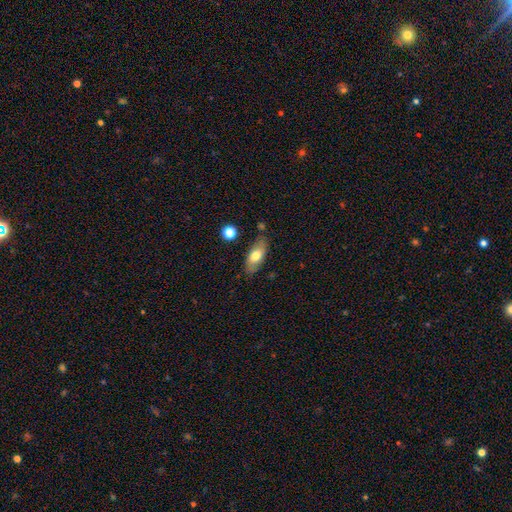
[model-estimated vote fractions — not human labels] A smooth galaxy with no disk features (70%) that is in between round and cigar-shaped (84%).

Vote fractions:
- Smooth or featured? smooth: 70% / featured or disk: 24% / star or artifact: 7%
- How rounded? in between: 84% / cigar-shaped: 12% / round: 4%
- Merging? none: 78% / minor disturbance: 16% / merger: 4% / major disturbance: 3%